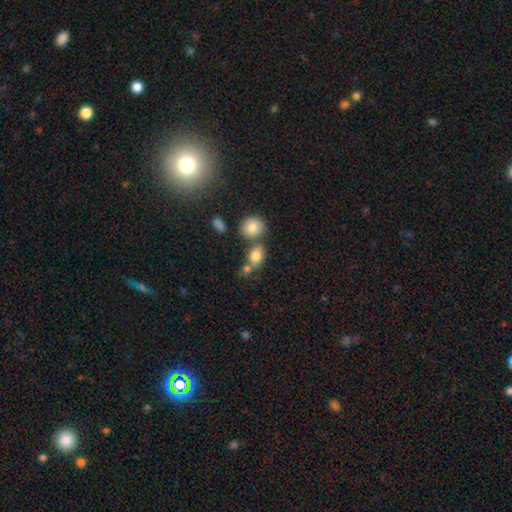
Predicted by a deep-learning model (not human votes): A smooth galaxy with no disk features (81%) that is in between round and cigar-shaped (64%). Merging: none (46%).